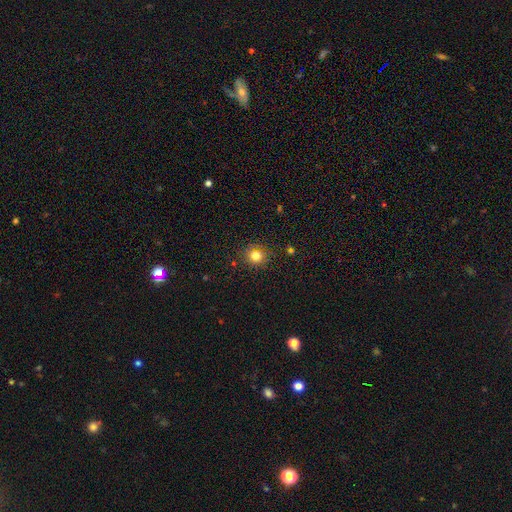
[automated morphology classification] This appears to be a smooth galaxy with no disk features (78%) that is round (87%). Merging: none (85%).